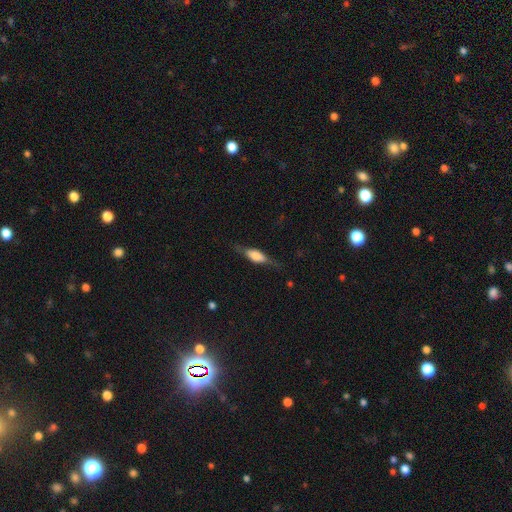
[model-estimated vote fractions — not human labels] Smooth or featured? smooth (46%, tied with featured or disk)
Merging? none (71%)